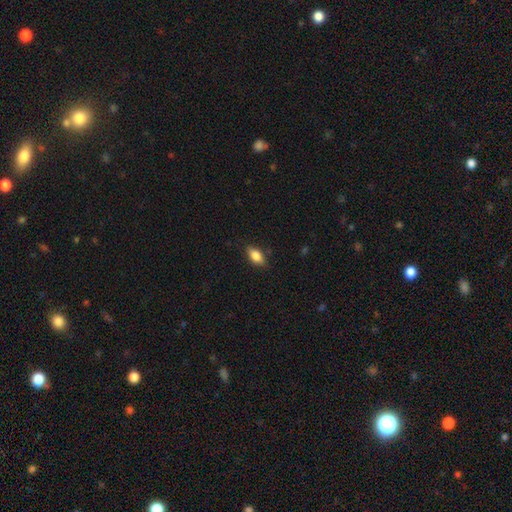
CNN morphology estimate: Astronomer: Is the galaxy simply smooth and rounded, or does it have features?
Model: smooth — 84%.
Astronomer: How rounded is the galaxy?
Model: in between — 89%.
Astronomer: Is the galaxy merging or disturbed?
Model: none — 84%.